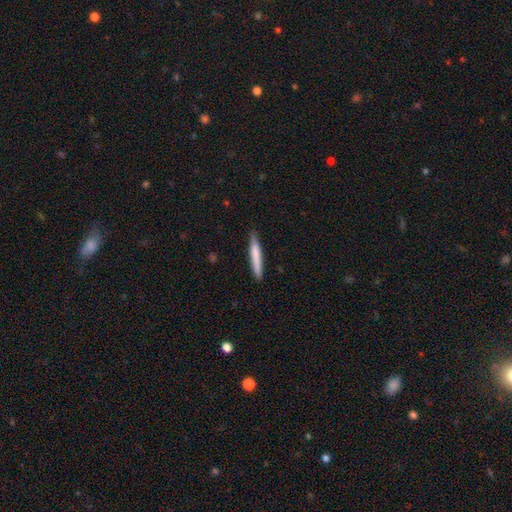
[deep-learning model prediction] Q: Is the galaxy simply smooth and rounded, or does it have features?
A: smooth — 74%.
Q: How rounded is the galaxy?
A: cigar-shaped — 95%.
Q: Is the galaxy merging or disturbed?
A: none — 88%.